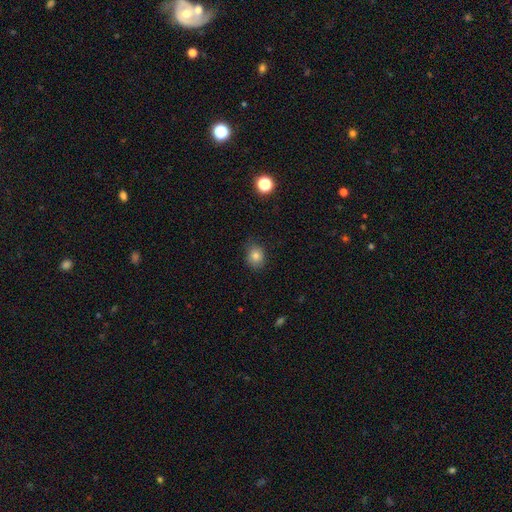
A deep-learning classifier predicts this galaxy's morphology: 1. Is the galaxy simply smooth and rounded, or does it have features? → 79% smooth, 12% star or artifact, 9% featured or disk.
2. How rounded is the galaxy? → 67% round, 32% in between, 1% cigar-shaped.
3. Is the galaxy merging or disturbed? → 76% none, 20% minor disturbance, 4% major disturbance, 1% merger.